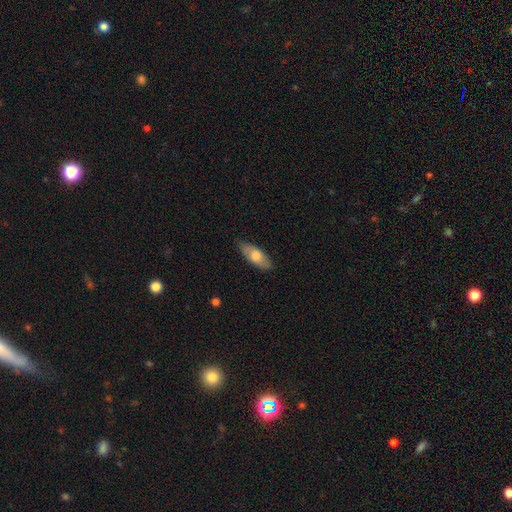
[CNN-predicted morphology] This appears to be a smooth galaxy with no disk features (68%) that is in between round and cigar-shaped (79%). Merging: none (82%).